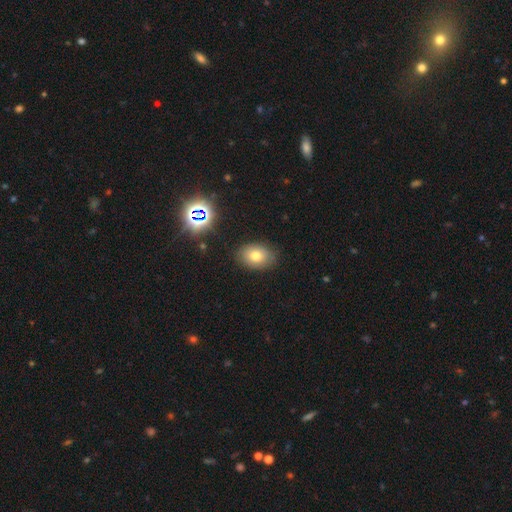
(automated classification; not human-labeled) A smooth galaxy with no disk features (75%) that is in between round and cigar-shaped (73%).

Vote fractions:
- Smooth or featured? smooth: 75% / star or artifact: 13% / featured or disk: 12%
- How rounded? in between: 73% / round: 26% / cigar-shaped: 1%
- Merging? none: 84% / minor disturbance: 12% / major disturbance: 3% / merger: 2%